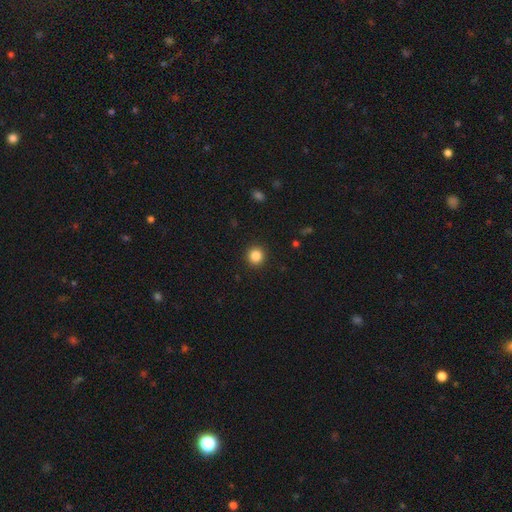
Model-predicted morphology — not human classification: A smooth galaxy with no disk features (85%) that is round (93%).

Vote fractions:
- Smooth or featured? smooth: 85% / star or artifact: 11% / featured or disk: 4%
- How rounded? round: 93% / in between: 6% / cigar-shaped: 1%
- Merging? none: 92% / minor disturbance: 5% / major disturbance: 2% / merger: 1%